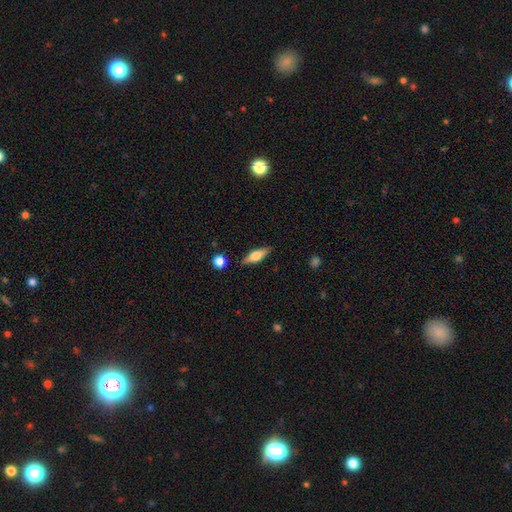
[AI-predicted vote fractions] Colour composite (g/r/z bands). It shows a featured or disk galaxy (47%). Merging: none (85%).